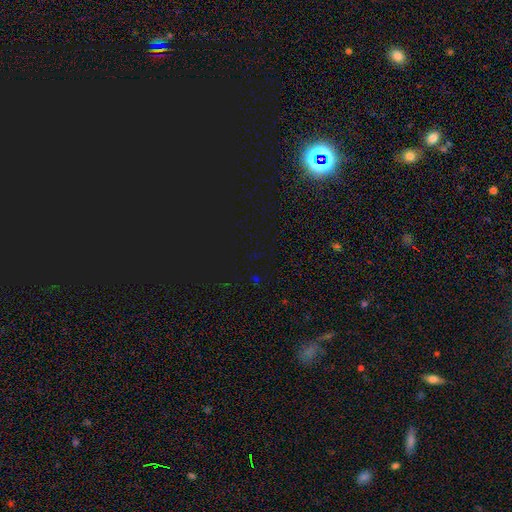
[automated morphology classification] Smooth or featured?
  - star or artifact: 75% *
  - smooth: 19%
  - featured or disk: 7%